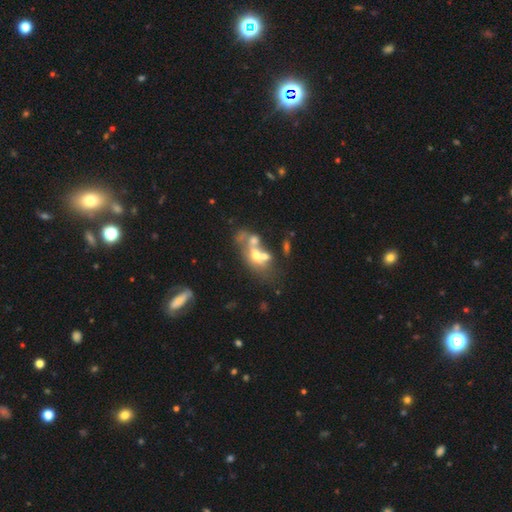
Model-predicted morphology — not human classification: type=featured or disk (47%); merging=merger (57%).